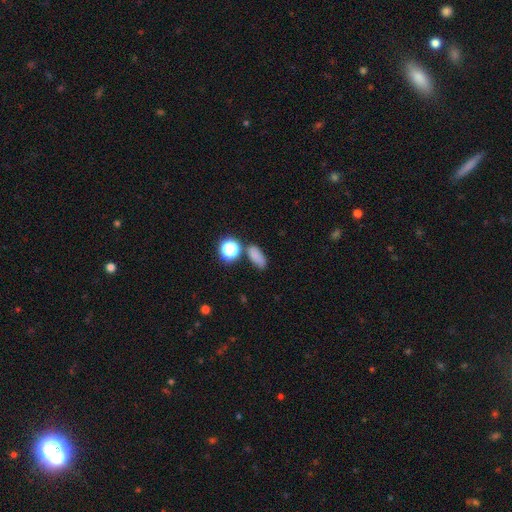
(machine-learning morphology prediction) Smooth or featured: smooth — 76% (star or artifact — 18%)
How rounded: in between — 75% (round — 14%)
Merging: none — 70% (minor disturbance — 15%)